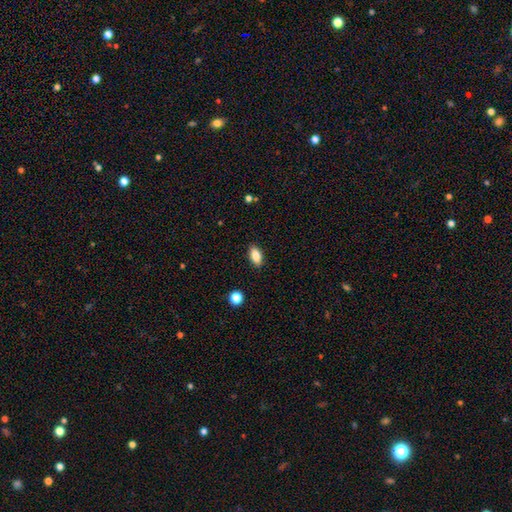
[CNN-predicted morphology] This is clearly a smooth galaxy (83%). How rounded: clearly in between (89%). Merging: clearly none (89%).